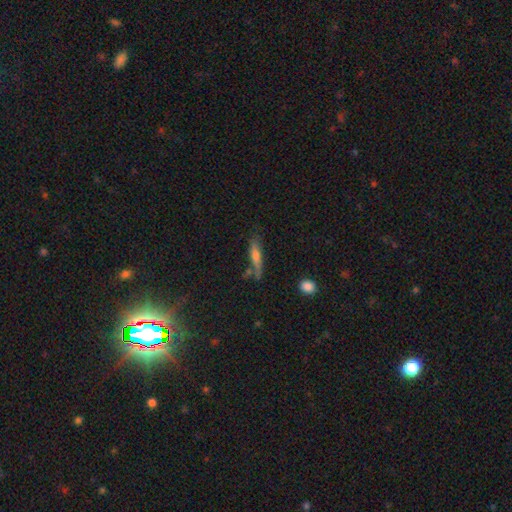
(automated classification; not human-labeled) A smooth galaxy with no disk features (55%) that is cigar-shaped (80%). Merging: none (62%).